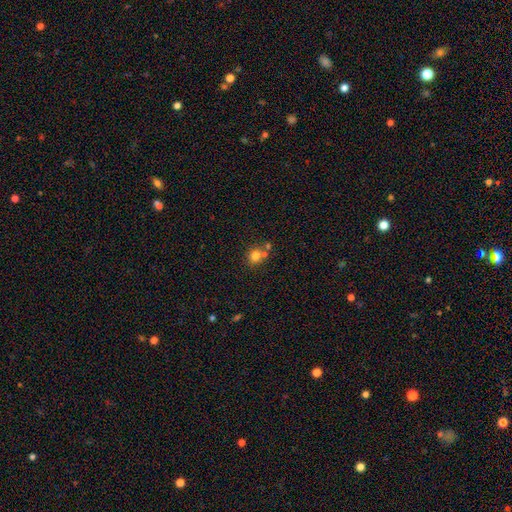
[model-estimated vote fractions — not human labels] Smooth or featured?
  - smooth: 77% *
  - star or artifact: 13%
  - featured or disk: 10%
How rounded?
  - round: 85% *
  - in between: 14%
  - cigar-shaped: 1%
Merging?
  - none: 57% *
  - merger: 31%
  - minor disturbance: 9%
  - major disturbance: 3%